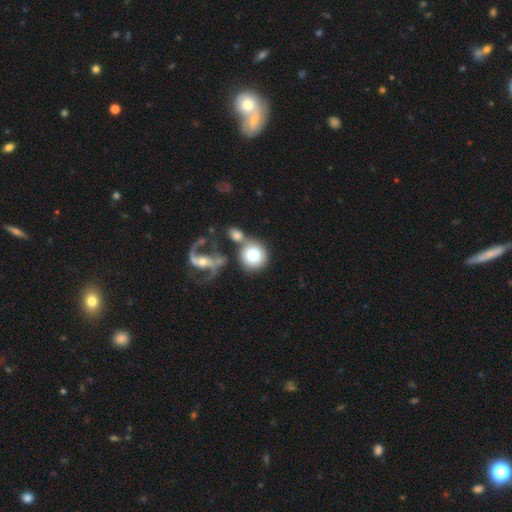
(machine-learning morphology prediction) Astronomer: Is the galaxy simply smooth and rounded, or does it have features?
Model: smooth — 58%.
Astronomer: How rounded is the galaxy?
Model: round — 91%.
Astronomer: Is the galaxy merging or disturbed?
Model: none — 61%.